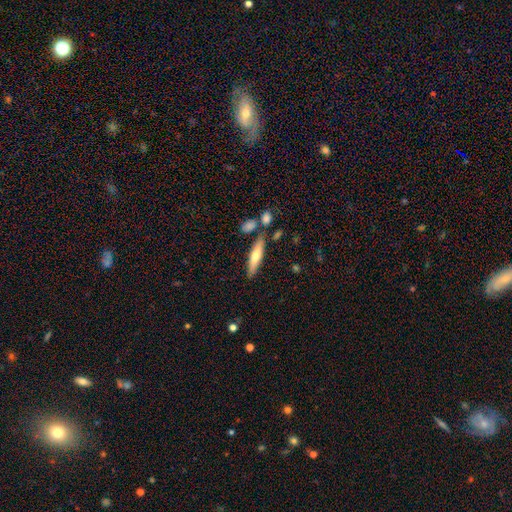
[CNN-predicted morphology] Smooth or featured?
  - smooth: 59% *
  - featured or disk: 36%
  - star or artifact: 6%
How rounded?
  - cigar-shaped: 78% *
  - in between: 20%
  - round: 2%
Merging?
  - none: 76% *
  - minor disturbance: 11%
  - merger: 10%
  - major disturbance: 3%